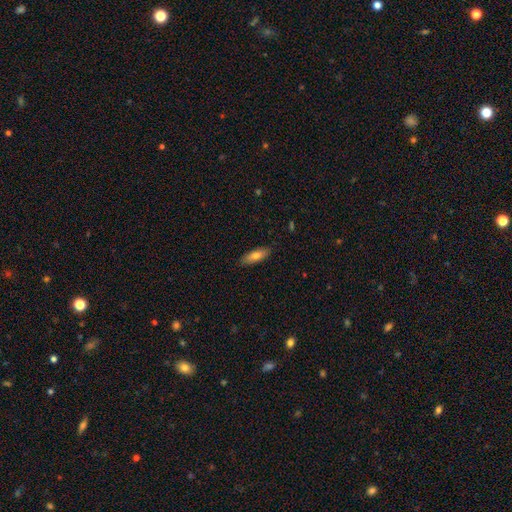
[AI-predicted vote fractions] This is likely a smooth galaxy (74%). How rounded: possibly in between (60%). Merging: clearly none (87%).